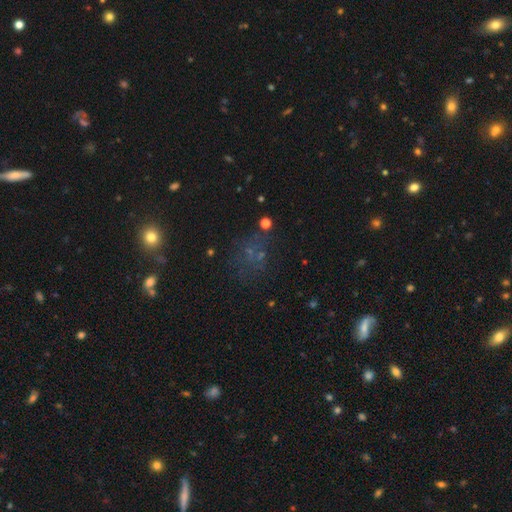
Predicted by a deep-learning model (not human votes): The model was most divided on "smooth or featured": star or artifact: 44%, smooth: 39%, featured or disk: 16%.